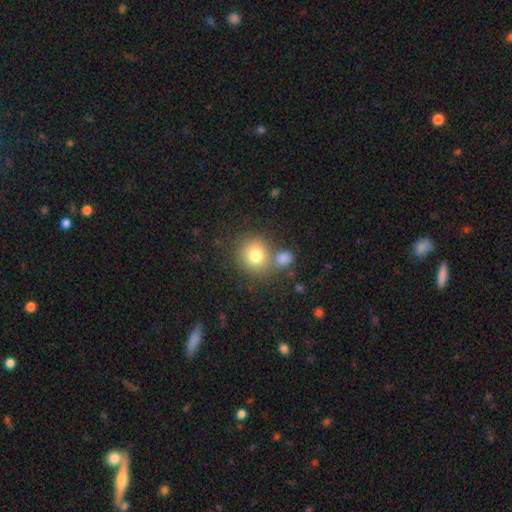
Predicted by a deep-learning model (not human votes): Smooth or featured? smooth (77%)
How rounded? round (87%)
Merging? none (60%)